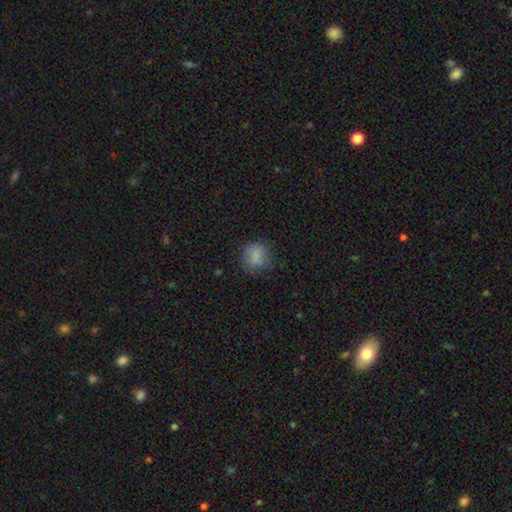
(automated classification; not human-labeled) smooth-or-featured: smooth: 81% | star or artifact: 10% | featured or disk: 9%
  how-rounded: round: 75% | in between: 24% | cigar-shaped: 1%
  merging: none: 68% | minor disturbance: 21% | major disturbance: 9% | merger: 1%